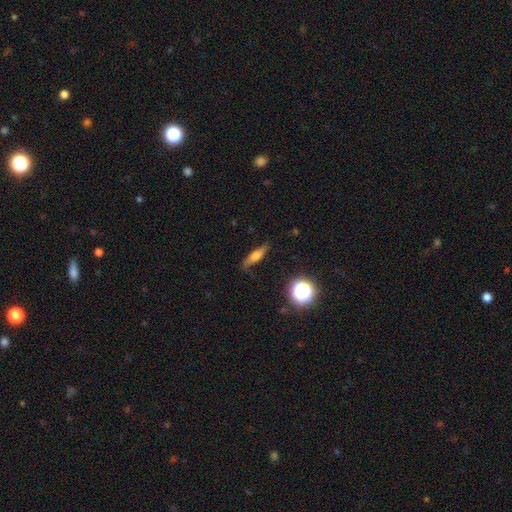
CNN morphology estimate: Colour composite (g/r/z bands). It shows a smooth galaxy with no disk features (56%) that is cigar-shaped (60%). Merging: none (73%).